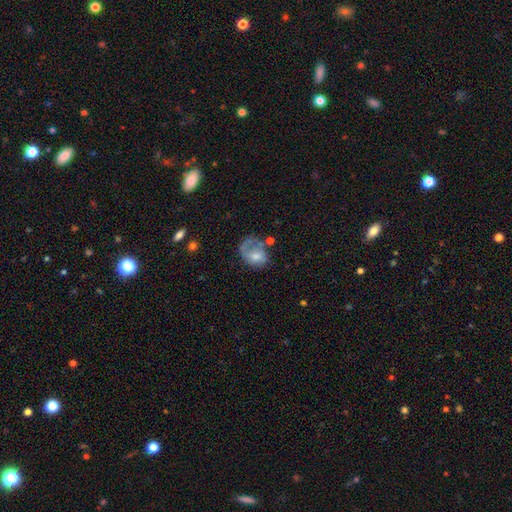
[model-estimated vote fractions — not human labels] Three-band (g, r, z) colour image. It shows a featured or disk galaxy (48%). Merging: major disturbance (38%).